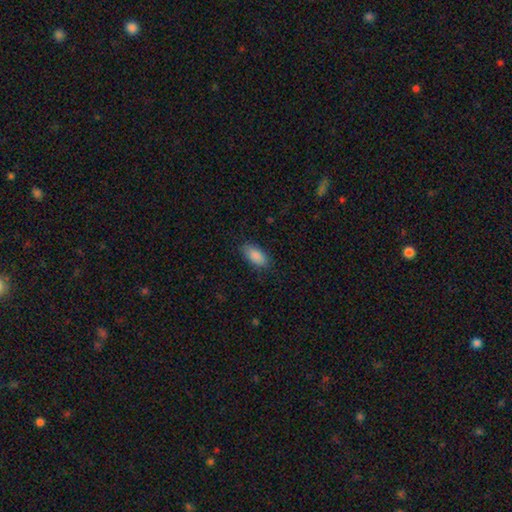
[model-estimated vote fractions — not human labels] The model was most divided on "merging": none: 86%, minor disturbance: 11%, major disturbance: 3%, merger: 1%. More confident: how rounded — in between (90%); smooth or featured — smooth (88%).